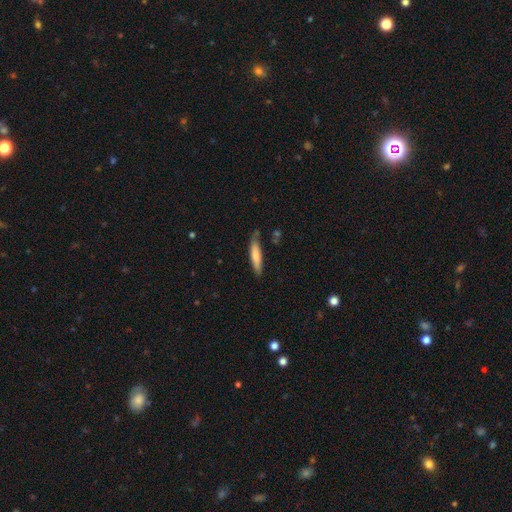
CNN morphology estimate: This is likely a smooth galaxy (75%). How rounded: clearly cigar-shaped (83%). Merging: likely none (71%).